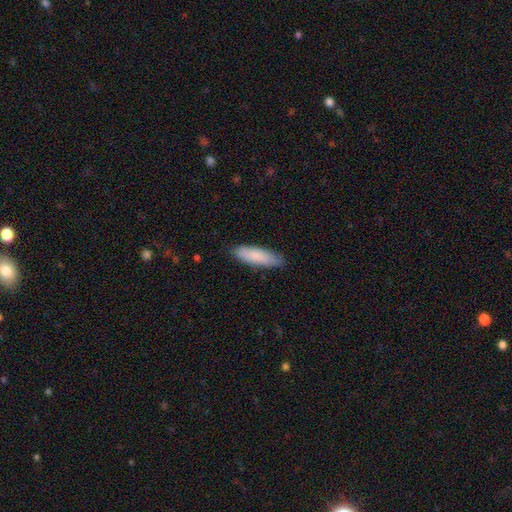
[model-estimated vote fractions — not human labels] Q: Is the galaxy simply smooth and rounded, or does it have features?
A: smooth — 86%.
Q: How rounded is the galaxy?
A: cigar-shaped — 55%.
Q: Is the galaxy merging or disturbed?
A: none — 85%.